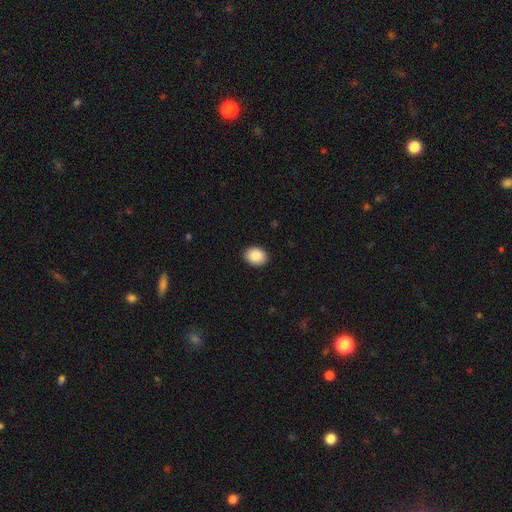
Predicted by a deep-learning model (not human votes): Smooth or featured? smooth (90%)
How rounded? in between (66%)
Merging? none (90%)